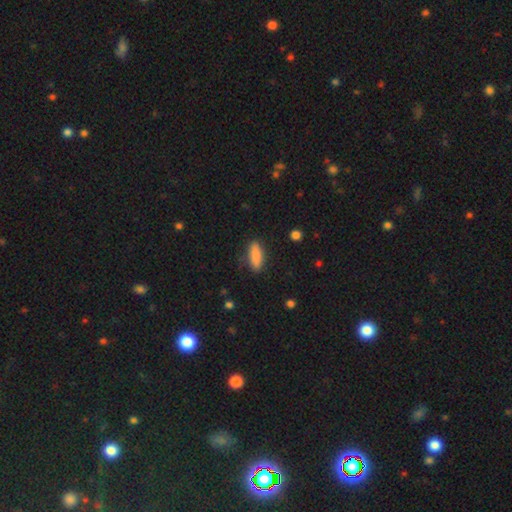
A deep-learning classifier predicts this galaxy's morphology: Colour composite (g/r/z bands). It shows a smooth galaxy with no disk features (86%) that is in between round and cigar-shaped (54%). Merging: none (82%).